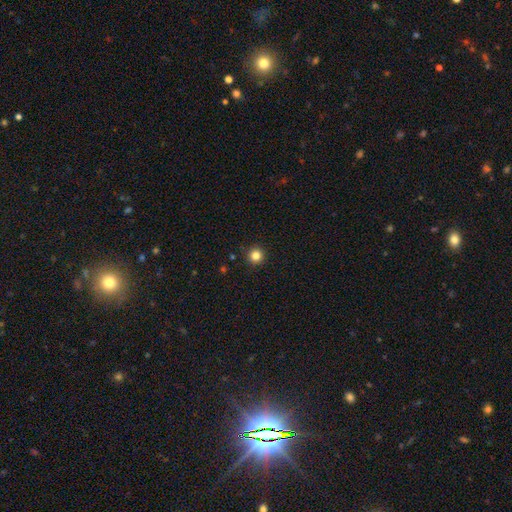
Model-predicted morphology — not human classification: Overall: smooth (83%). How rounded: round (96%). Merging: none (93%).